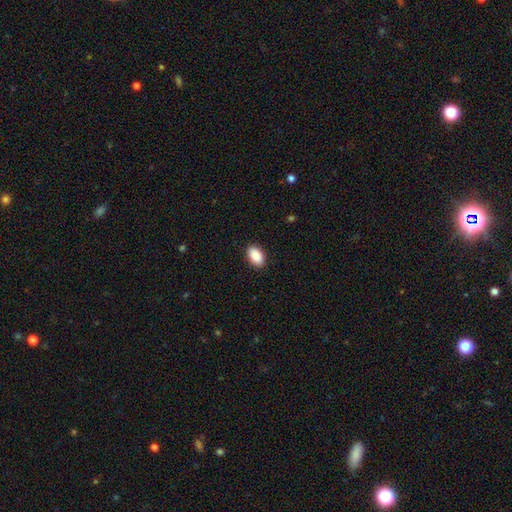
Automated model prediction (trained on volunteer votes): smooth-or-featured: smooth: 91% | star or artifact: 6% | featured or disk: 3%
  how-rounded: in between: 93% | round: 6% | cigar-shaped: 1%
  merging: none: 90% | minor disturbance: 7% | major disturbance: 2% | merger: 1%